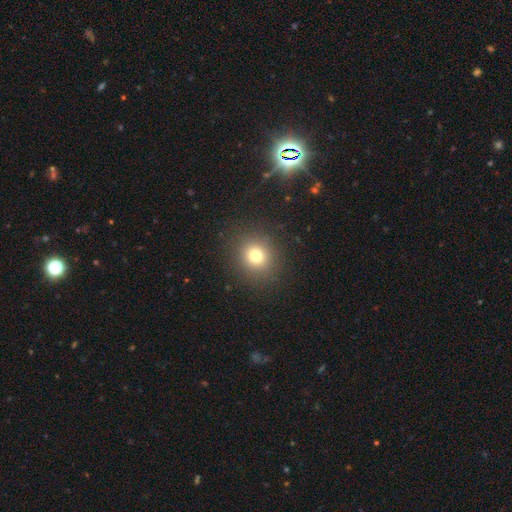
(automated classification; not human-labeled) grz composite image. It shows a smooth galaxy with no disk features (75%) that is round (86%). Merging: none (89%).